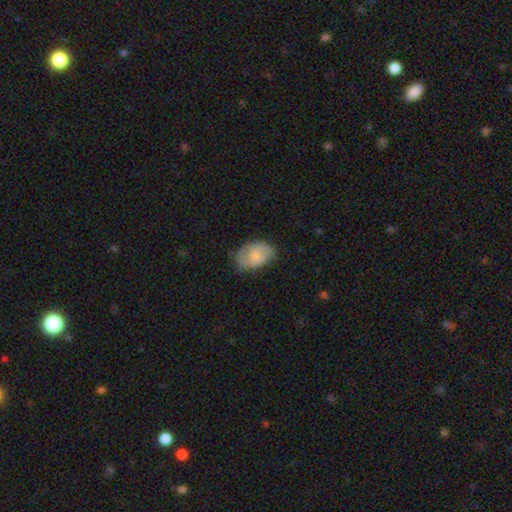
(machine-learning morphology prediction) Smooth or featured? smooth (63%)
How rounded? in between (86%)
Merging? none (61%)